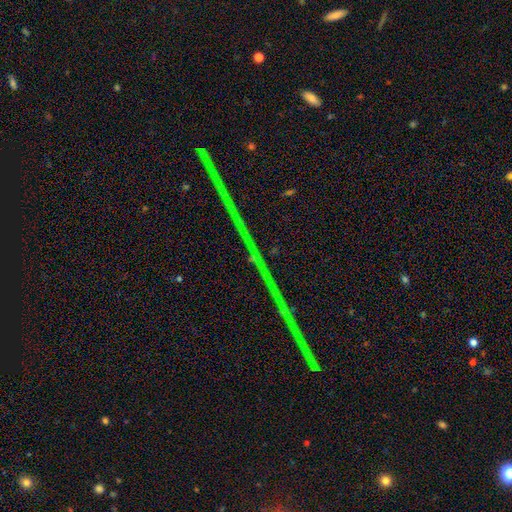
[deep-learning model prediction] A star or artifact, not a galaxy (87%).

Vote fractions:
- Smooth or featured? star or artifact: 87% / featured or disk: 7% / smooth: 5%